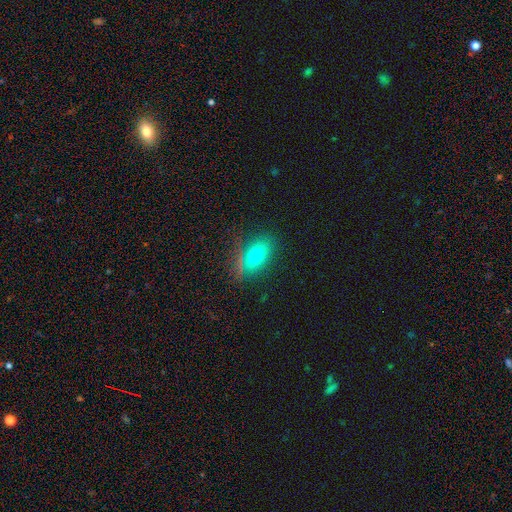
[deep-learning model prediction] This is likely a smooth galaxy (70%). How rounded: clearly in between (81%). Merging: clearly none (81%).